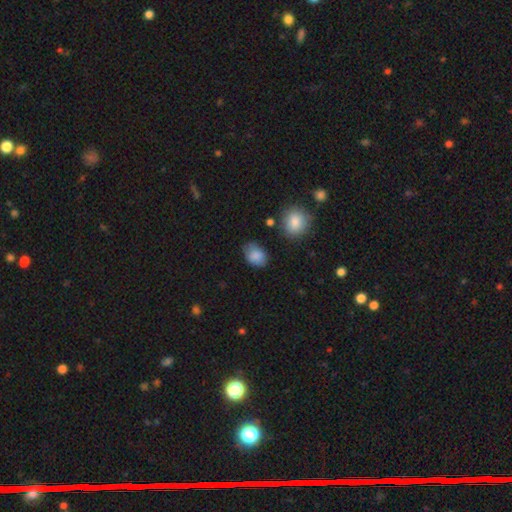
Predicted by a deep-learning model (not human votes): A smooth galaxy with no disk features (85%) that is in between round and cigar-shaped (77%).

Vote fractions:
- Smooth or featured? smooth: 85% / star or artifact: 8% / featured or disk: 8%
- How rounded? in between: 77% / round: 22% / cigar-shaped: 1%
- Merging? none: 65% / minor disturbance: 26% / major disturbance: 6% / merger: 3%